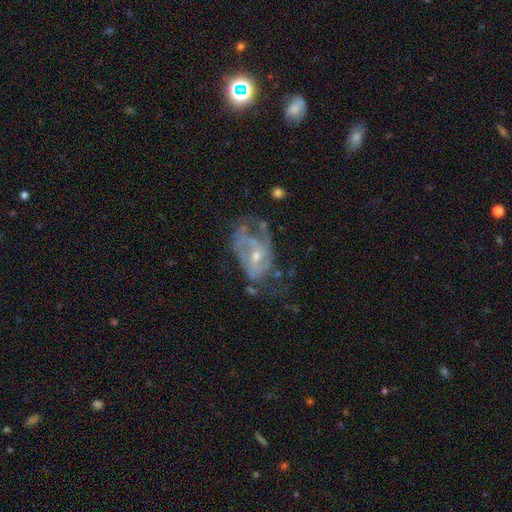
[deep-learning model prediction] Smooth or featured?
  - featured or disk: 78% *
  - smooth: 14%
  - star or artifact: 8%
Edge-on disk?
  - no: 97% *
  - yes: 3%
Bar?
  - no: 56% *
  - weak: 36%
  - strong: 9%
Spiral arms?
  - yes: 75% *
  - no: 25%
Spiral winding?
  - medium: 42% *
  - tight: 33%
  - loose: 25%
Spiral arm count?
  - can't tell: 37% * (tied)
  - 2: 37% * (tied)
  - 3: 11%
  - 1: 9%
  - 4: 3%
  - more than 4: 3%
Bulge size?
  - small: 63% *
  - moderate: 33%
  - none: 2%
  - large: 1%
  - dominant: 1%
Merging?
  - major disturbance: 36% *
  - none: 35%
  - minor disturbance: 24%
  - merger: 5%